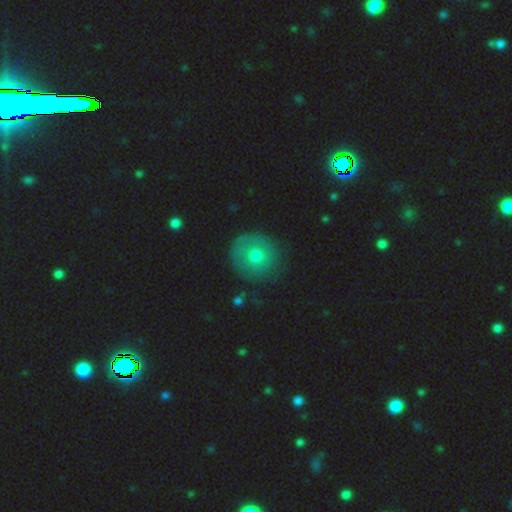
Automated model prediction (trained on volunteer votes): A smooth galaxy with no disk features (67%) that is round (89%).

Vote fractions:
- Smooth or featured? smooth: 67% / featured or disk: 22% / star or artifact: 11%
- How rounded? round: 89% / in between: 10% / cigar-shaped: 1%
- Merging? none: 81% / minor disturbance: 13% / major disturbance: 4% / merger: 2%